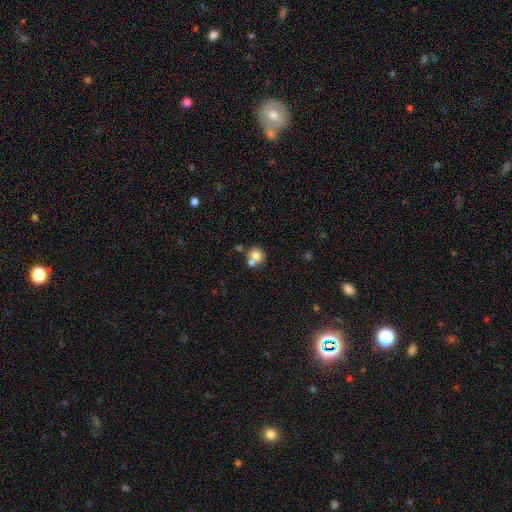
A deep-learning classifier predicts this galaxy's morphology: The model was most divided on "merging": none: 44%, merger: 43%, minor disturbance: 9%, major disturbance: 4%. More confident: how rounded — round (82%); smooth or featured — smooth (75%).